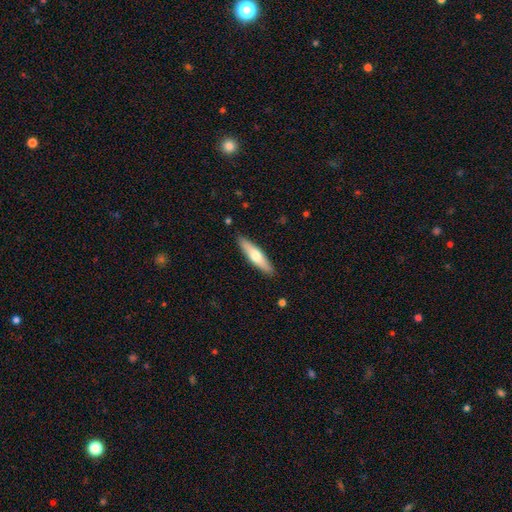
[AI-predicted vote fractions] The model was most divided on "smooth or featured": smooth: 58%, featured or disk: 37%, star or artifact: 5%. More confident: merging — none (90%); how rounded — cigar-shaped (75%).